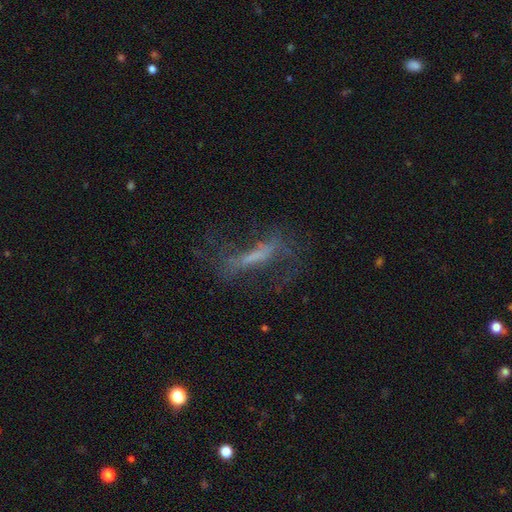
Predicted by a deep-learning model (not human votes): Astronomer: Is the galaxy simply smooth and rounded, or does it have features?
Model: featured or disk — 58%.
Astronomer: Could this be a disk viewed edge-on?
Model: no — 73%.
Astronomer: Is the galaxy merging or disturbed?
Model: none — 49% (runner-up: major disturbance, 29%).